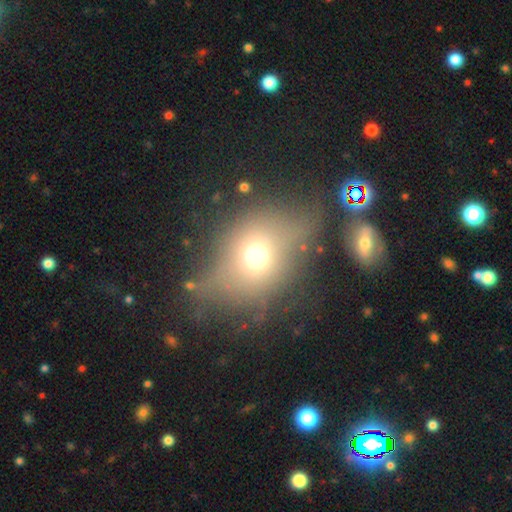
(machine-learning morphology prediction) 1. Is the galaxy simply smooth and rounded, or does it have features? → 54% smooth, 28% featured or disk, 18% star or artifact.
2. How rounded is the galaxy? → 53% round, 43% in between, 4% cigar-shaped.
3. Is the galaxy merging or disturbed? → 54% none, 21% minor disturbance, 20% major disturbance, 5% merger.